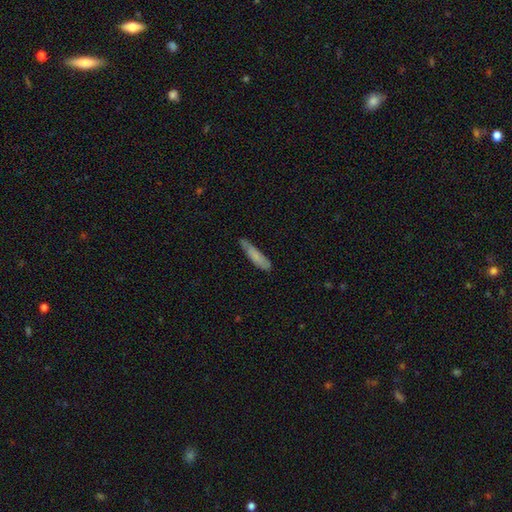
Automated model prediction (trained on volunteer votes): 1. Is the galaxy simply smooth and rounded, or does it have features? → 74% smooth, 20% featured or disk, 7% star or artifact.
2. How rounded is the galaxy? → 79% cigar-shaped, 20% in between, 1% round.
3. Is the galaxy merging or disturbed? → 65% none, 27% minor disturbance, 6% major disturbance, 3% merger.